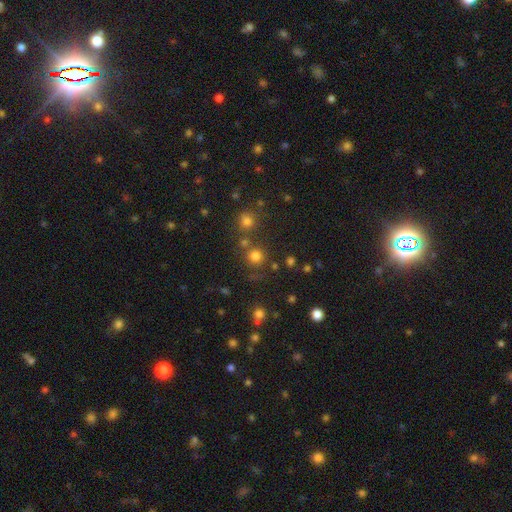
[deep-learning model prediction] Smooth or featured? Predicted: smooth (p=0.76). How rounded? Predicted: round (p=0.93). Merging? Predicted: none (p=0.75).